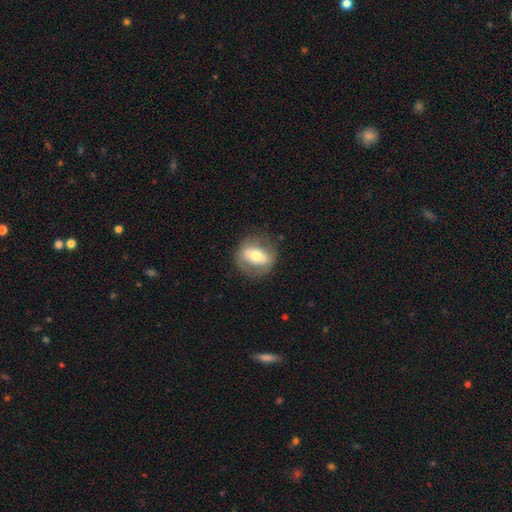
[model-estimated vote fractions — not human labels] Overall: smooth (47%; featured or disk 46%). Merging: none (80%).